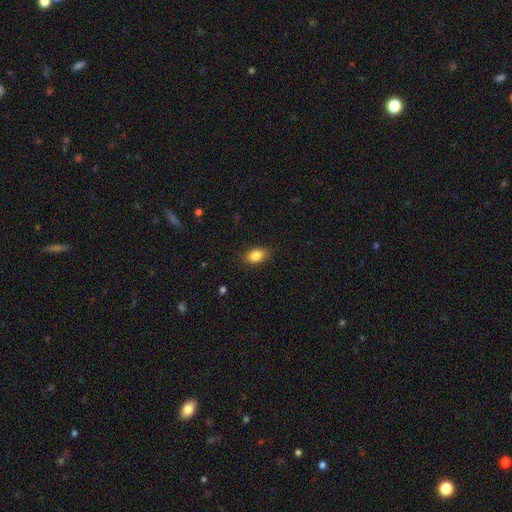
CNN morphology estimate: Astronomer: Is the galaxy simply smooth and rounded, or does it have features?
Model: smooth — 86%.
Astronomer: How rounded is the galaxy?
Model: in between — 81%.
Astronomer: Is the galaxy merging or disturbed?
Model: none — 86%.